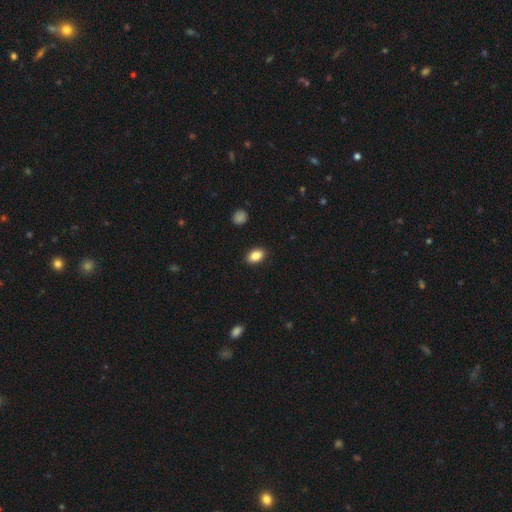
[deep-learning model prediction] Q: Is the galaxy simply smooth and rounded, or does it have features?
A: smooth — 87%.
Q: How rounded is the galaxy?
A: in between — 86%.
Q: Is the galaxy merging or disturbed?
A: none — 89%.